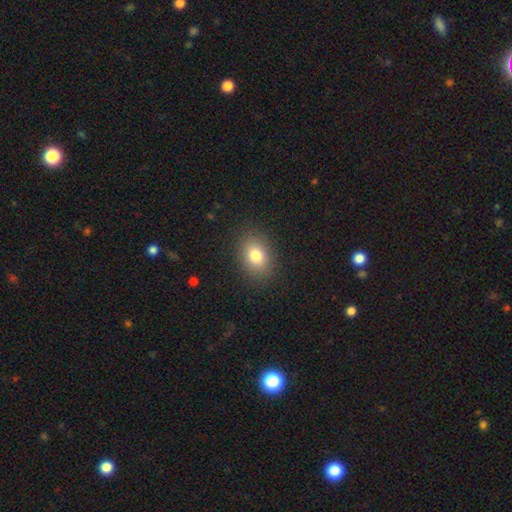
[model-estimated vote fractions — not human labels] smooth-or-featured: smooth: 81% | star or artifact: 11% | featured or disk: 9%
  how-rounded: in between: 65% | round: 34% | cigar-shaped: 1%
  merging: none: 87% | minor disturbance: 9% | major disturbance: 3% | merger: 1%